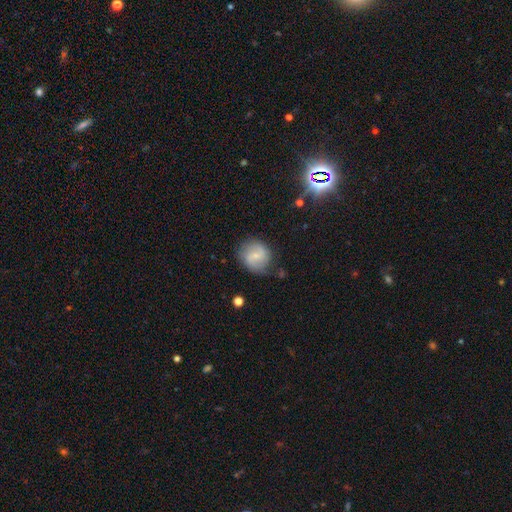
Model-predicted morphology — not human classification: Q: Smooth or featured?
A: featured or disk (52%); runner-up: smooth (41%)
Q: Edge-on disk?
A: no (97%); runner-up: yes (3%)
Q: Bar?
A: weak (49%); runner-up: no (39%)
Q: Spiral arms?
A: yes (86%); runner-up: no (14%)
Q: Bulge size?
A: small (68%); runner-up: moderate (22%)
Q: Merging?
A: none (76%); runner-up: minor disturbance (16%)